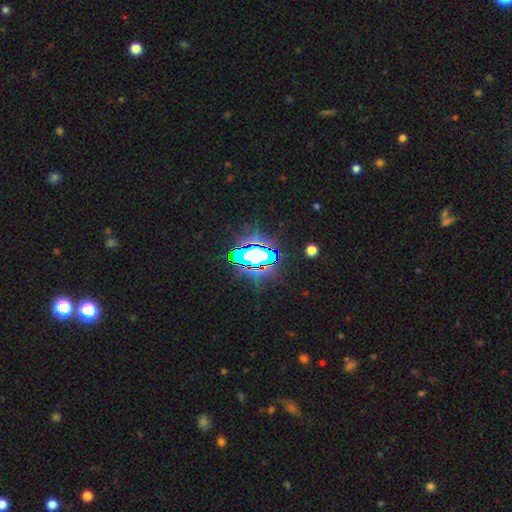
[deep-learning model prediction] Smooth or featured: star or artifact — 65% (smooth — 17%)